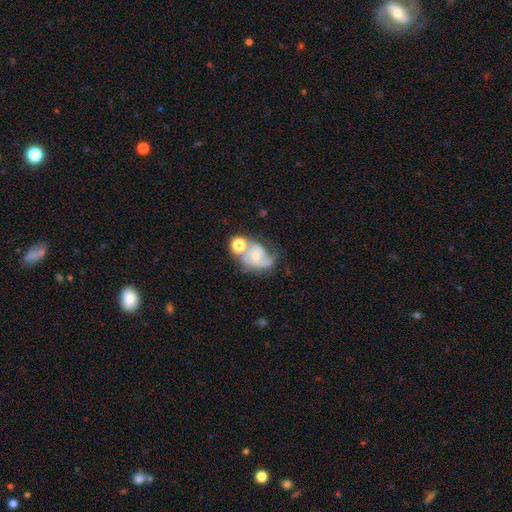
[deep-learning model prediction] Smooth or featured: featured or disk — 68% (smooth — 23%)
Edge-on disk: no — 98% (yes — 2%)
Bar: no — 63% (weak — 31%)
Spiral arms: yes — 90% (no — 10%)
Spiral winding: medium — 46% (loose — 34%)
Spiral arm count: 2 — 64% (1 — 13%)
Bulge size: small — 52% (moderate — 40%)
Merging: merger — 34% (none — 31%)